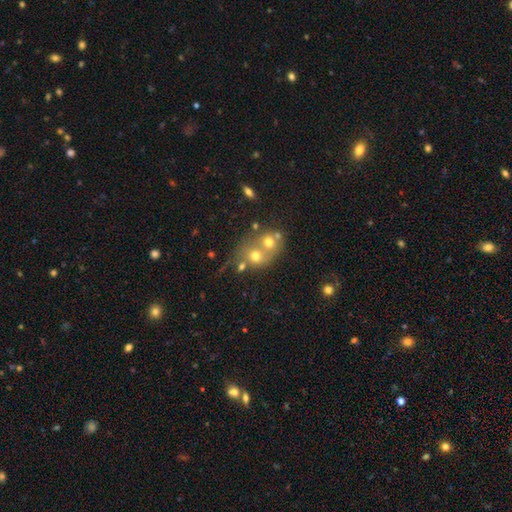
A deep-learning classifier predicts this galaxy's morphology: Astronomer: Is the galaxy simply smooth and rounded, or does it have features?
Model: smooth — 52%.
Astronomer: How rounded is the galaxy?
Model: round — 69%.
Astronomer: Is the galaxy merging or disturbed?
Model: merger — 56% (runner-up: none, 33%).